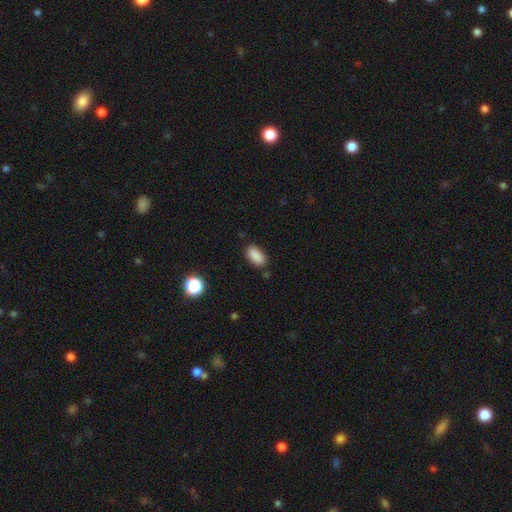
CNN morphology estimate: The model was most divided on "merging": none: 84%, minor disturbance: 11%, merger: 3%, major disturbance: 2%. More confident: how rounded — in between (91%); smooth or featured — smooth (88%).